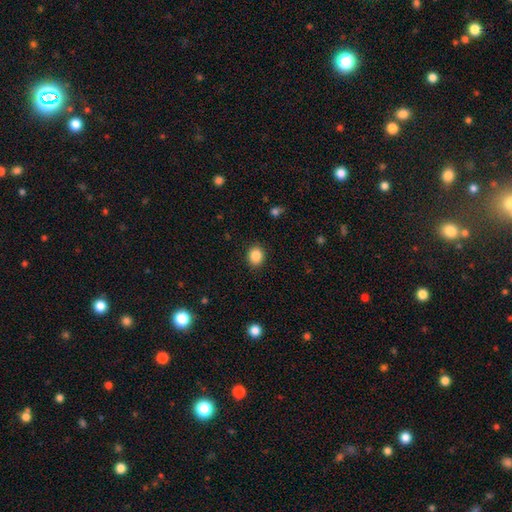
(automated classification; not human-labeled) Overall: smooth (87%). How rounded: round (61%; in between 39%). Merging: none (90%).